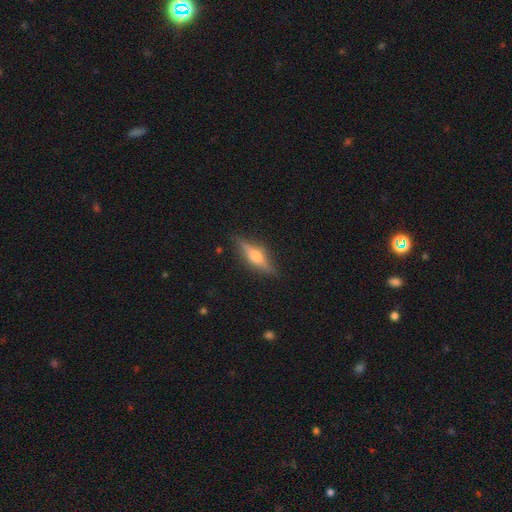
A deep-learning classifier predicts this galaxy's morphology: smooth-or-featured: featured or disk: 61% | smooth: 32% | star or artifact: 8%
  disk-edge-on: yes: 95% | no: 5%
    edge-on-bulge: rounded: 89% | boxy: 8% | none: 4%
  merging: none: 85% | minor disturbance: 11% | major disturbance: 3% | merger: 1%